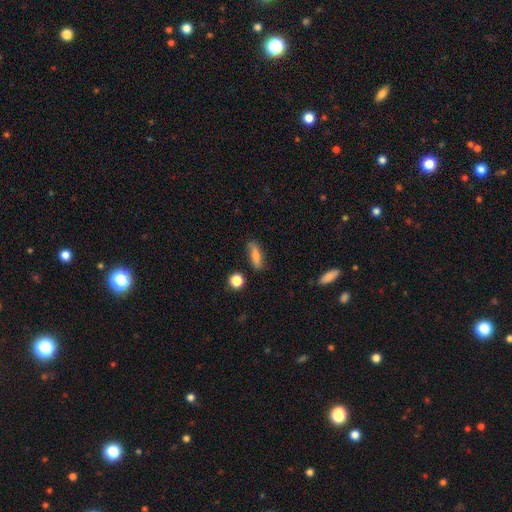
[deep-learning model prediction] Overall: smooth (74%). How rounded: in between (54%; cigar-shaped 41%). Merging: none (75%).